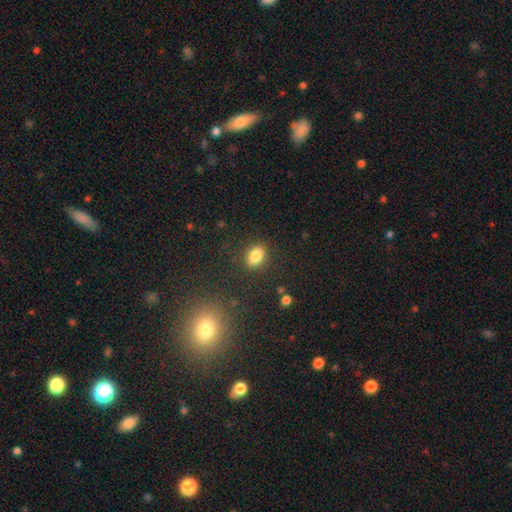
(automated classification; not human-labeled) Q: Smooth or featured?
A: smooth (84%); runner-up: star or artifact (10%)
Q: How rounded?
A: in between (80%); runner-up: round (18%)
Q: Merging?
A: none (86%); runner-up: minor disturbance (10%)